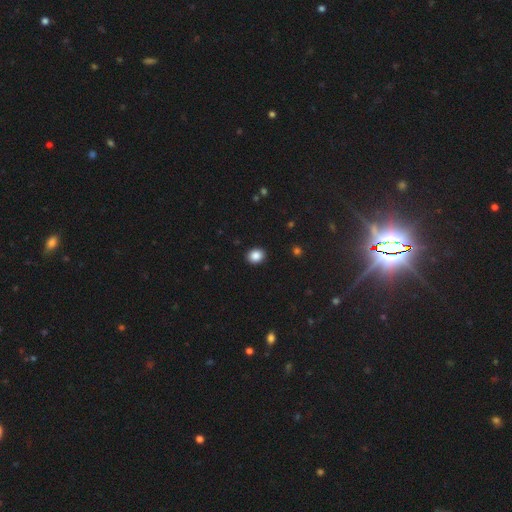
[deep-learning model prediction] Smooth or featured? Predicted: smooth (p=0.87). How rounded? Predicted: round (p=0.60). Merging? Predicted: none (p=0.92).